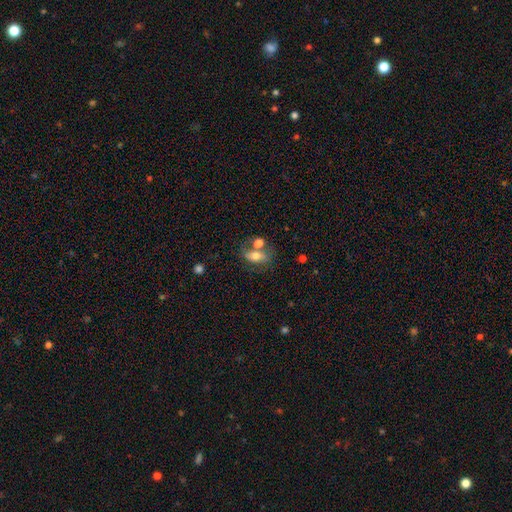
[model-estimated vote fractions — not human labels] This is likely a smooth galaxy (62%). How rounded: clearly in between (82%). Merging: marginally none (40%).